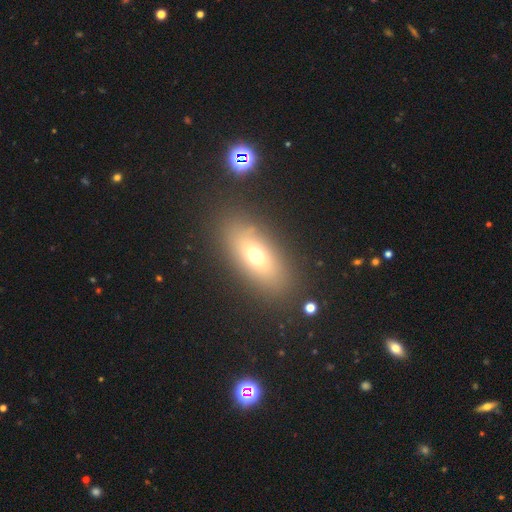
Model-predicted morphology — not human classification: Smooth or featured? Predicted: smooth (p=0.63). How rounded? Predicted: in between (p=0.77). Merging? Predicted: none (p=0.83).